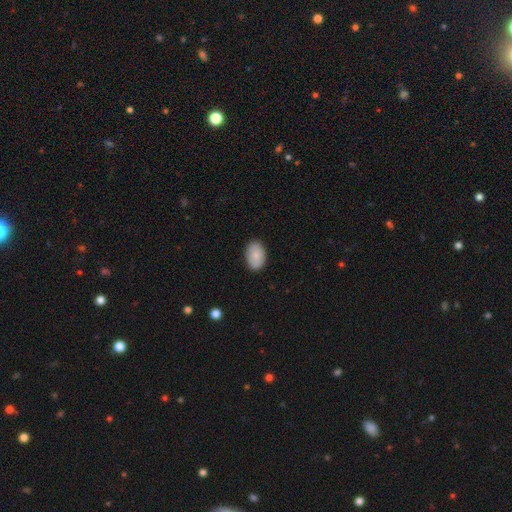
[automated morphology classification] smooth 87%, featured or disk 7%, star or artifact 6%. Down the decision tree: how rounded — in between (90%); merging — none (87%).